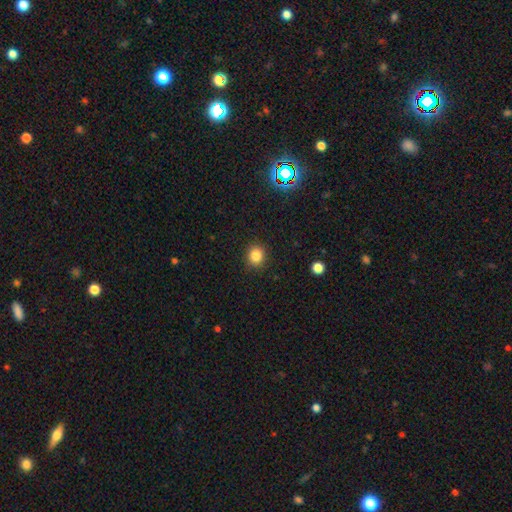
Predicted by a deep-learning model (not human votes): Smooth or featured? smooth (84%)
How rounded? round (79%)
Merging? none (89%)